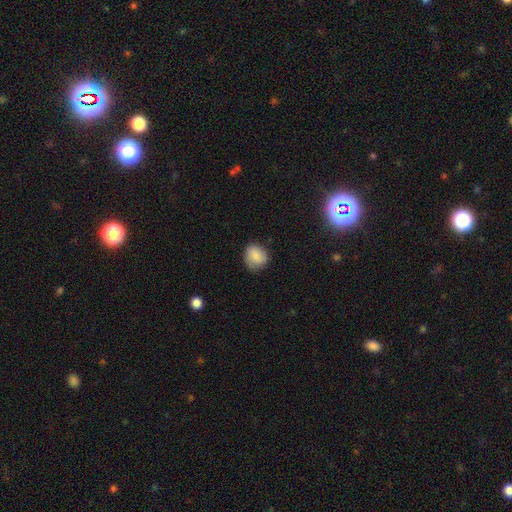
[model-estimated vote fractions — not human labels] smooth_or_featured: smooth (p=0.83) [alt: featured or disk p=0.08]
how_rounded: round (p=0.76) [alt: in between p=0.23]
merging: none (p=0.73) [alt: minor disturbance p=0.21]